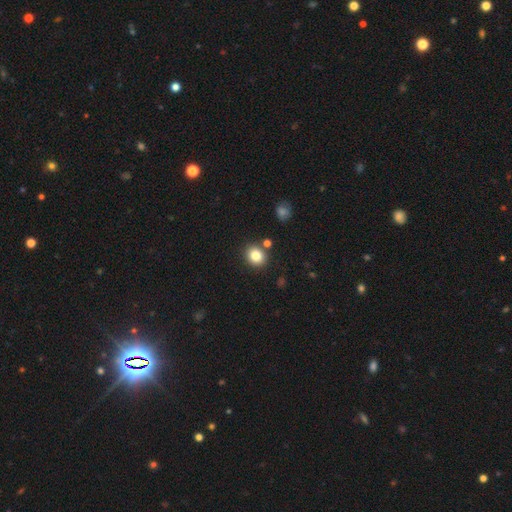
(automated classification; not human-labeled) Smooth or featured? Predicted: smooth (p=0.83). How rounded? Predicted: round (p=0.75). Merging? Predicted: none (p=0.83).